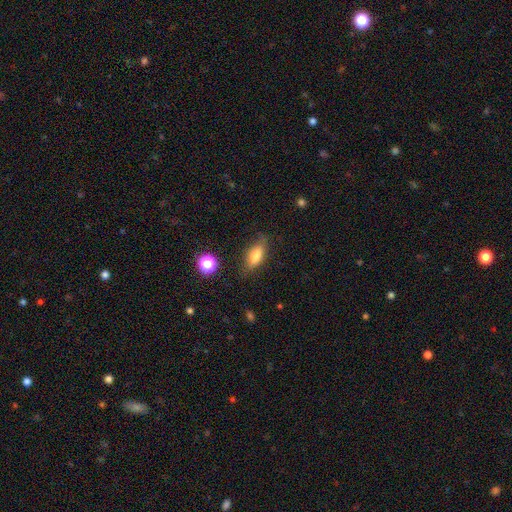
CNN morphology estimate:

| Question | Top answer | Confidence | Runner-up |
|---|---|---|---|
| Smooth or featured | smooth | 70% | featured or disk (21%) |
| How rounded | in between | 70% | cigar-shaped (26%) |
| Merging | none | 76% | minor disturbance (18%) |